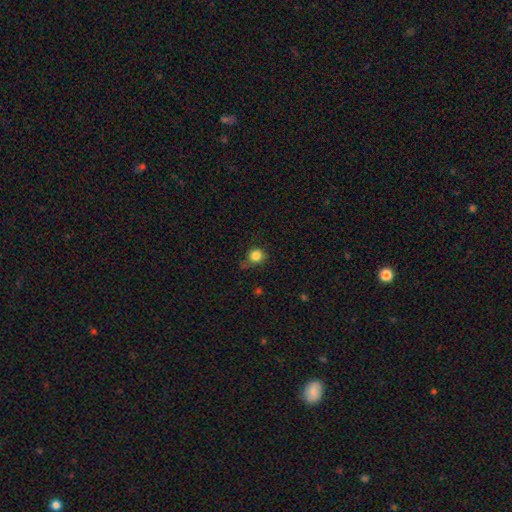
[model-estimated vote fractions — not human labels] A smooth galaxy with no disk features (84%) that is round (87%). Merging: none (61%).